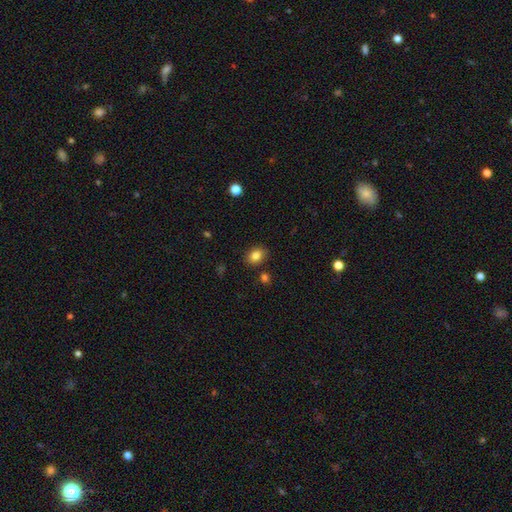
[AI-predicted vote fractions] This appears to be a smooth galaxy with no disk features (84%) that is in between round and cigar-shaped (63%). Merging: none (85%).